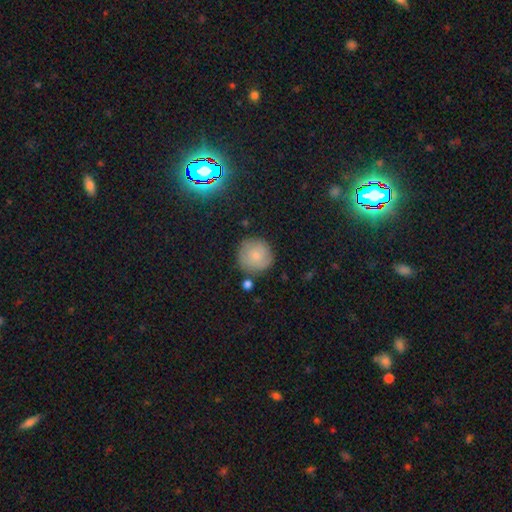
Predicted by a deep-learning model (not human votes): Smooth or featured? Predicted: smooth (p=0.75). How rounded? Predicted: round (p=0.95). Merging? Predicted: none (p=0.79).